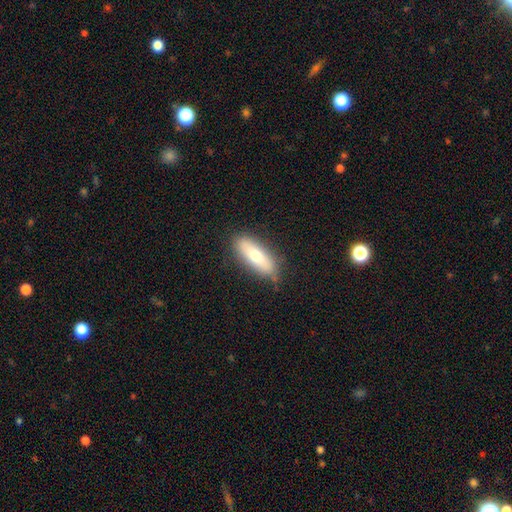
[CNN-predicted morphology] smooth_or_featured: smooth (p=0.72) [alt: featured or disk p=0.22]
how_rounded: in between (p=0.57) [alt: cigar-shaped p=0.41]
merging: none (p=0.80) [alt: minor disturbance p=0.15]